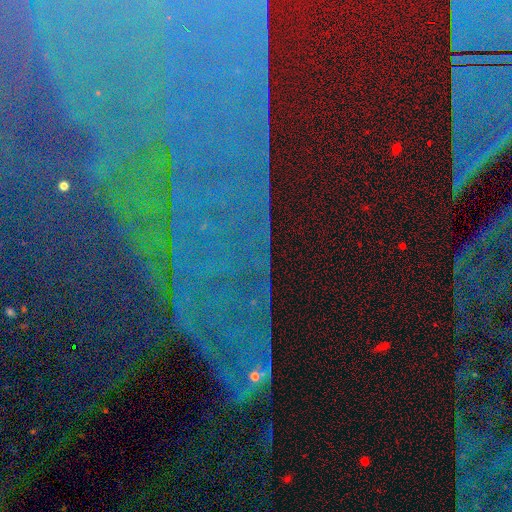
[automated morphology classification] type=star or artifact (85%).